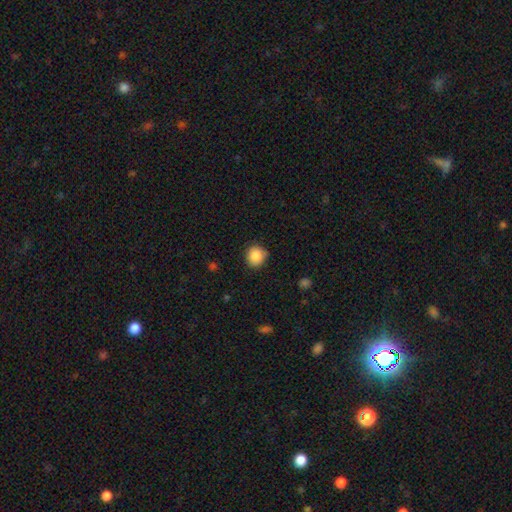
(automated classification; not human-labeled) Morphology: type=smooth (87%); roundness=round (87%); merging=none (83%).